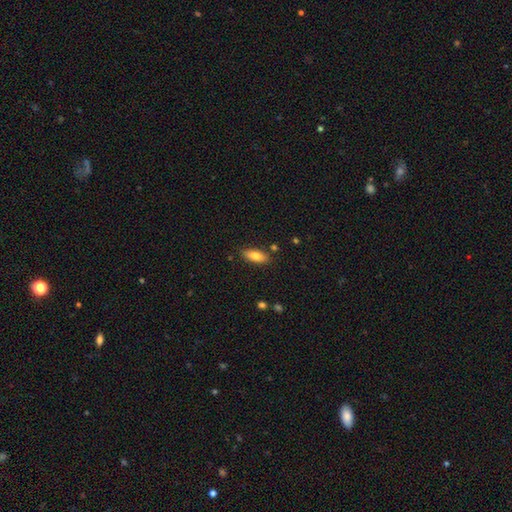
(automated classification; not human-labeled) Overall: smooth (79%). How rounded: in between (78%). Merging: none (83%).